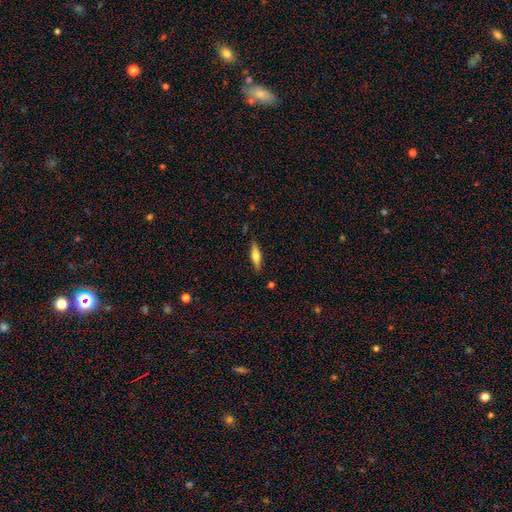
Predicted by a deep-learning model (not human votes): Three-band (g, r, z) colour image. It shows a smooth galaxy with no disk features (47%). Merging: none (86%).